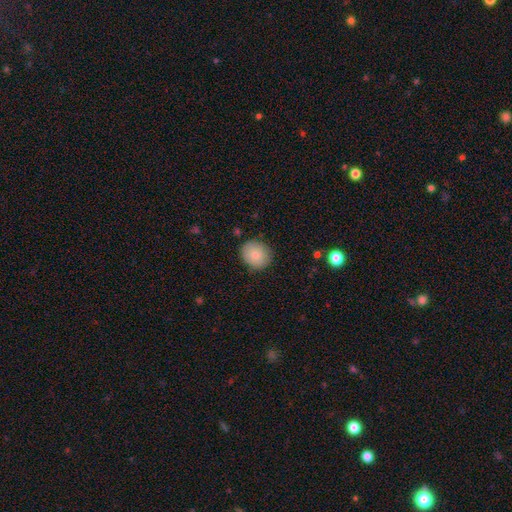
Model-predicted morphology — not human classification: A smooth galaxy with no disk features (83%) that is round (76%).

Vote fractions:
- Smooth or featured? smooth: 83% / featured or disk: 9% / star or artifact: 8%
- How rounded? round: 76% / in between: 23% / cigar-shaped: 1%
- Merging? none: 86% / minor disturbance: 11% / major disturbance: 2% / merger: 1%